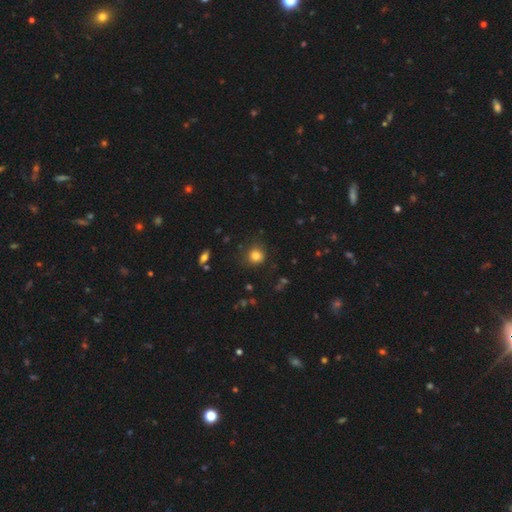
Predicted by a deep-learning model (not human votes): The model was most divided on "smooth or featured": smooth: 82%, star or artifact: 13%, featured or disk: 5%. More confident: how rounded — round (88%); merging — none (82%).